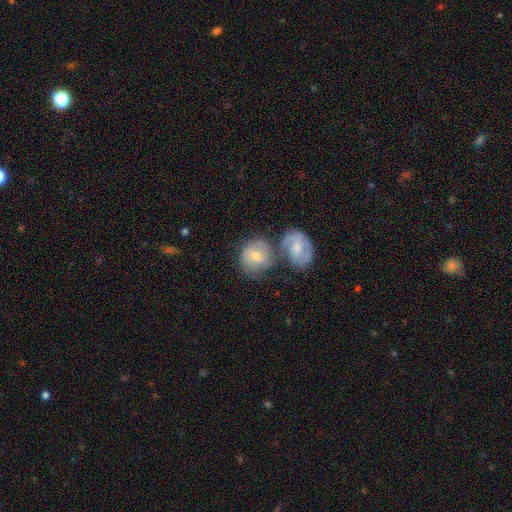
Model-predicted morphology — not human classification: This appears to be a smooth galaxy with no disk features (55%) that is round (77%). Merging: merger (42%).